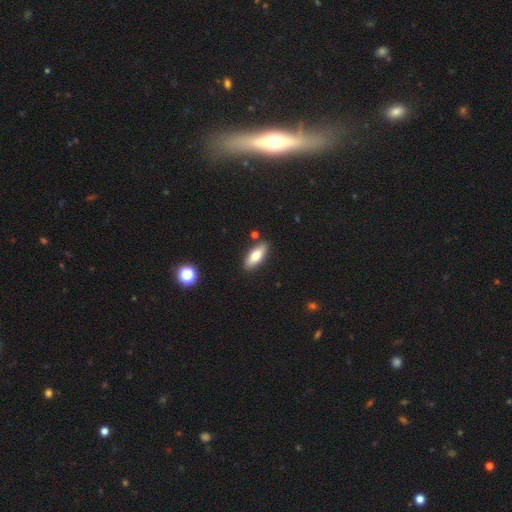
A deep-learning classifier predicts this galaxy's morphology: Smooth or featured? Predicted: smooth (p=0.73). How rounded? Predicted: in between (p=0.72). Merging? Predicted: none (p=0.86).